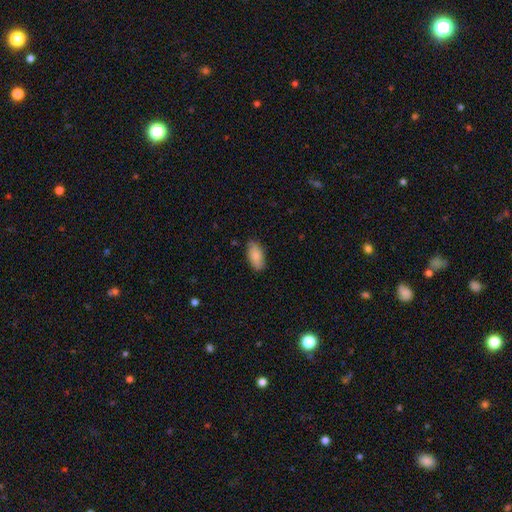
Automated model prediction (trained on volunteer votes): smooth-or-featured: smooth: 83% | featured or disk: 11% | star or artifact: 6%
  how-rounded: in between: 91% | cigar-shaped: 6% | round: 2%
  merging: none: 83% | minor disturbance: 14% | major disturbance: 2% | merger: 1%